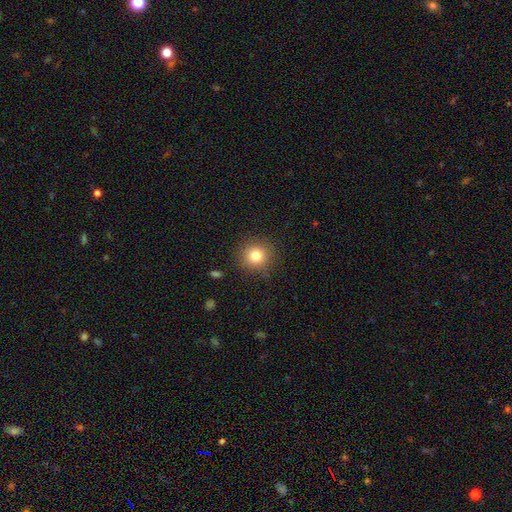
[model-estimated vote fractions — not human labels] Smooth or featured? smooth (81%)
How rounded? round (92%)
Merging? none (88%)